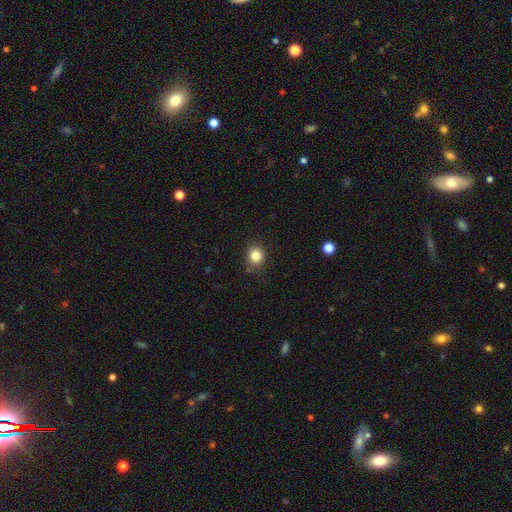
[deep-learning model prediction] Smooth or featured: smooth — 84% (star or artifact — 11%)
How rounded: round — 75% (in between — 24%)
Merging: none — 86% (minor disturbance — 10%)